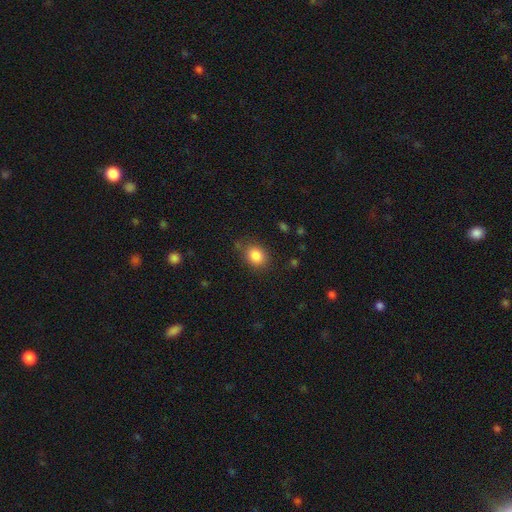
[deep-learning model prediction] smooth-or-featured: smooth: 85% | star or artifact: 9% | featured or disk: 5%
  how-rounded: round: 53% | in between: 46% | cigar-shaped: 1%
  merging: none: 76% | minor disturbance: 17% | major disturbance: 5% | merger: 2%